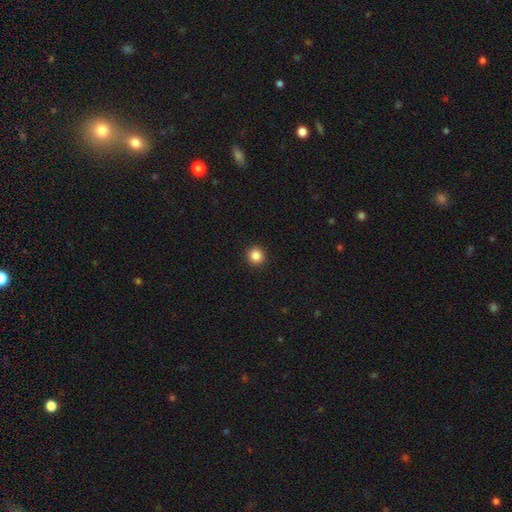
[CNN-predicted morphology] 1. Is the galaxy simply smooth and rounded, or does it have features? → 85% smooth, 11% star or artifact, 4% featured or disk.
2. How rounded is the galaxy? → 94% round, 5% in between, 1% cigar-shaped.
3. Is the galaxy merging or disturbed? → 93% none, 4% minor disturbance, 2% major disturbance, 1% merger.